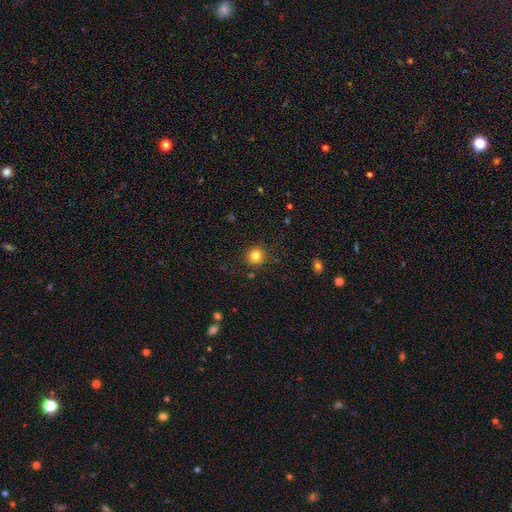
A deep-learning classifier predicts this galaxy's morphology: A smooth galaxy with no disk features (82%) that is round (94%). Merging: none (90%).